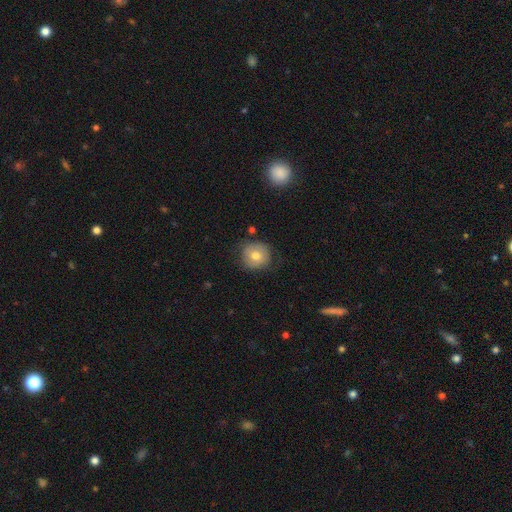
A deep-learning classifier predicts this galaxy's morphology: smooth-or-featured: smooth: 68% | featured or disk: 24% | star or artifact: 8%
  how-rounded: round: 88% | in between: 11% | cigar-shaped: 1%
  merging: none: 74% | minor disturbance: 19% | major disturbance: 5% | merger: 2%